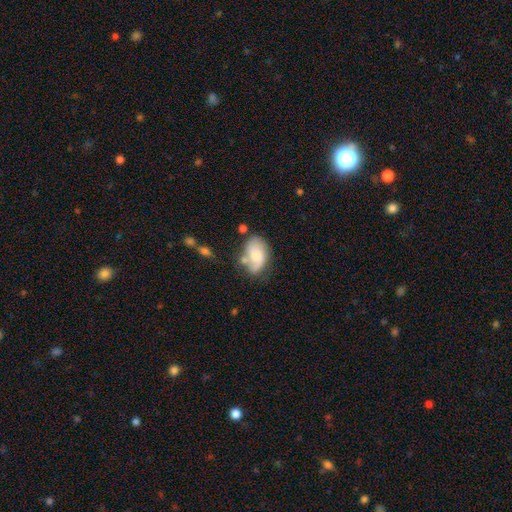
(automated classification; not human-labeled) A smooth galaxy with no disk features (54%) that is in between round and cigar-shaped (88%).

Vote fractions:
- Smooth or featured? smooth: 54% / featured or disk: 38% / star or artifact: 8%
- How rounded? in between: 88% / round: 10% / cigar-shaped: 2%
- Merging? none: 46% / minor disturbance: 28% / merger: 14% / major disturbance: 12%